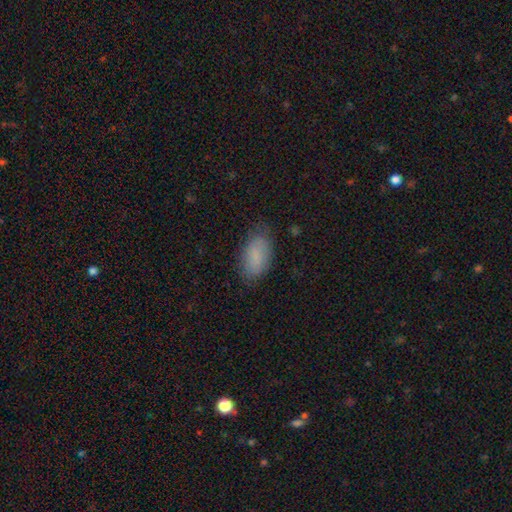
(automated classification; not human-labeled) Smooth or featured: smooth — 82% (featured or disk — 11%)
How rounded: in between — 93% (cigar-shaped — 4%)
Merging: none — 75% (minor disturbance — 20%)